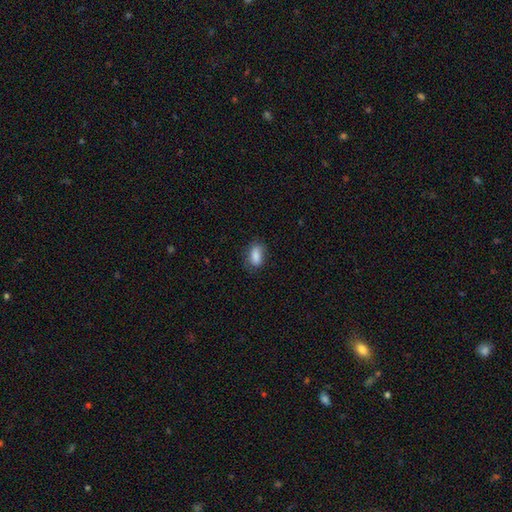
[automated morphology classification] Q: Smooth or featured?
A: smooth (85%); runner-up: star or artifact (8%)
Q: How rounded?
A: in between (86%); runner-up: round (8%)
Q: Merging?
A: none (71%); runner-up: minor disturbance (22%)